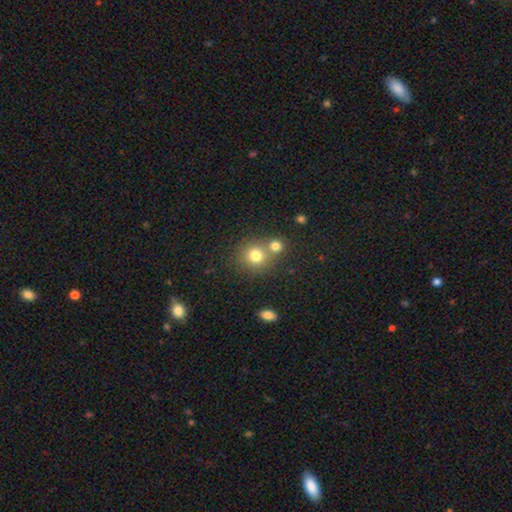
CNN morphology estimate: Overall: smooth (77%). How rounded: round (86%). Merging: none (56%; merger 33%).